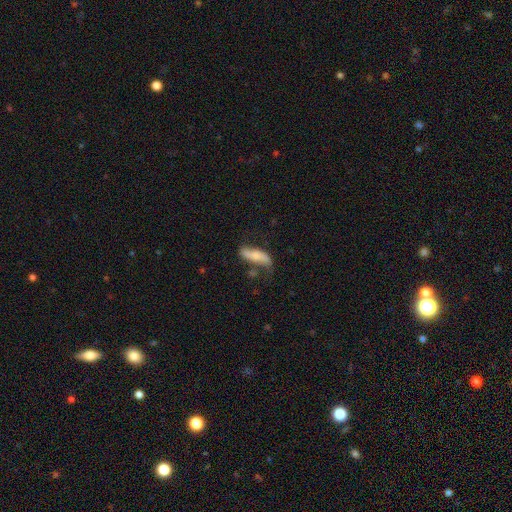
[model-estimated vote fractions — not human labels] Smooth or featured? Predicted: smooth (p=0.47). Merging? Predicted: none (p=0.54).